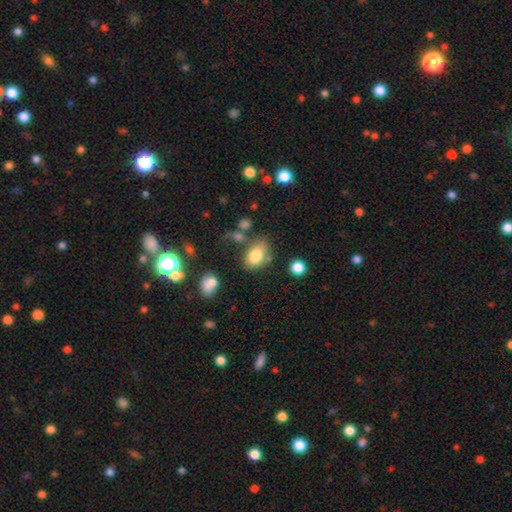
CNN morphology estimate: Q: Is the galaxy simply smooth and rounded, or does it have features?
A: smooth — 78%.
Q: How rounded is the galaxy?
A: in between — 80%.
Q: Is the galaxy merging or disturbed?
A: none — 62%.